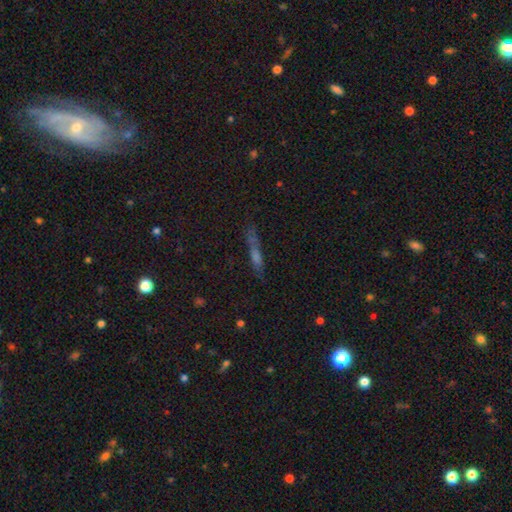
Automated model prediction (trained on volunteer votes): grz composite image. It shows a smooth galaxy with no disk features (43%). Merging: none (71%).